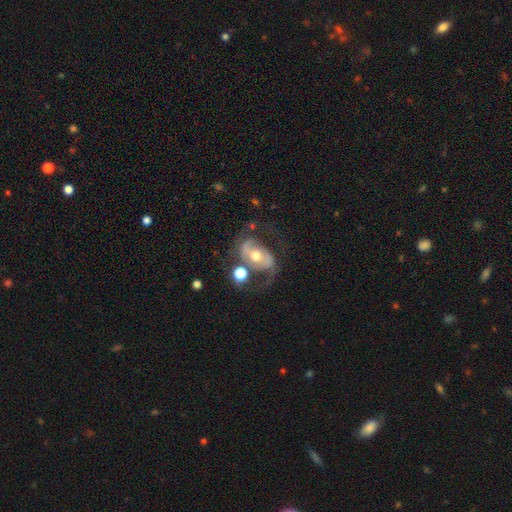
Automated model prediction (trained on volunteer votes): Smooth or featured? Predicted: featured or disk (p=0.77). Edge-on disk? Predicted: no (p=0.96). Bar? Predicted: no (p=0.41). Spiral arms? Predicted: yes (p=0.82). Spiral winding? Predicted: medium (p=0.44). Spiral arm count? Predicted: 2 (p=0.85). Bulge size? Predicted: moderate (p=0.74). Merging? Predicted: none (p=0.50).